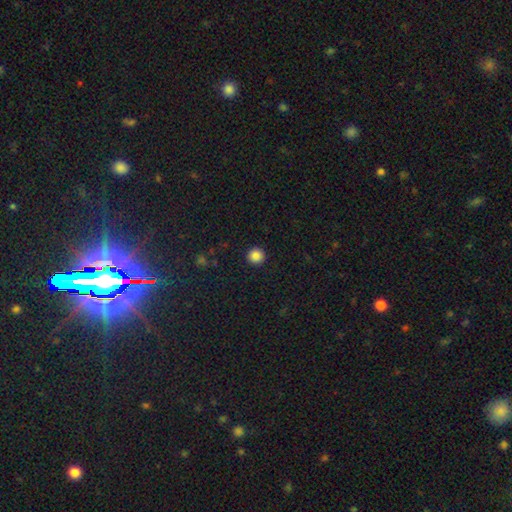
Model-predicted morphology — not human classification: Overall: smooth (86%). How rounded: round (95%). Merging: none (93%).